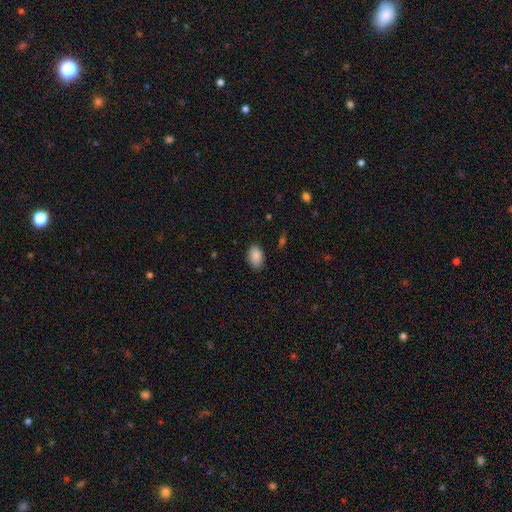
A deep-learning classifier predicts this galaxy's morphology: type=smooth (88%); roundness=in between (86%); merging=none (84%).